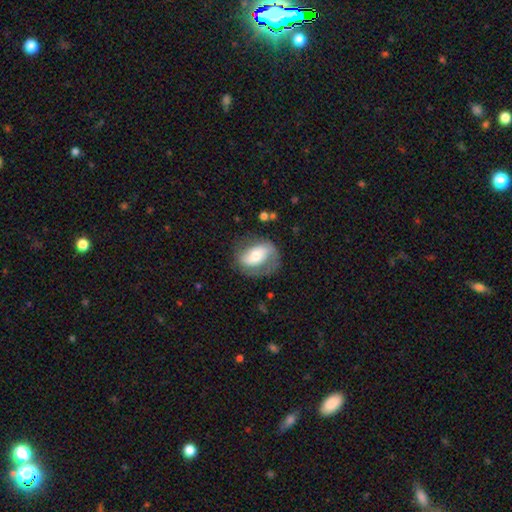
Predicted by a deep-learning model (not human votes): A featured or disk galaxy (62%) with no bar (43%), spiral arms (76%) and a moderate central bulge (59%).

Vote fractions:
- Smooth or featured? featured or disk: 62% / smooth: 32% / star or artifact: 6%
- Edge-on disk? no: 95% / yes: 5%
- Bar? no: 43% / weak: 31% / strong: 27%
- Spiral arms? yes: 76% / no: 24%
- Bulge size? moderate: 59% / small: 27% / large: 11% / dominant: 2% / none: 2%
- Merging? none: 60% / minor disturbance: 22% / major disturbance: 16% / merger: 2%